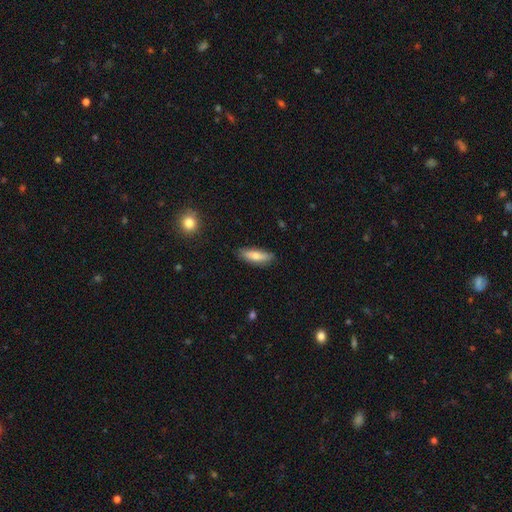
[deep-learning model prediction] Smooth or featured: smooth — 72% (featured or disk — 21%)
How rounded: in between — 56% (cigar-shaped — 42%)
Merging: none — 79% (minor disturbance — 17%)